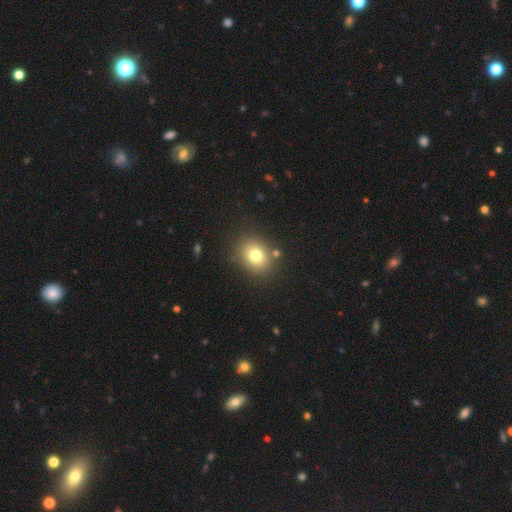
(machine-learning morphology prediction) This appears to be a smooth galaxy with no disk features (69%) that is round (70%). Merging: none (87%).